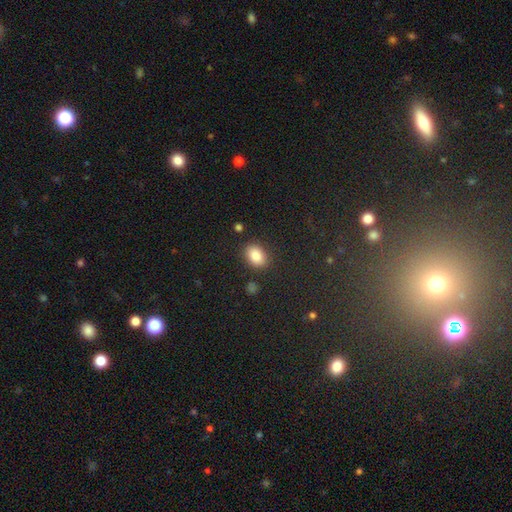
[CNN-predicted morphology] Q: Smooth or featured?
A: smooth (86%); runner-up: star or artifact (8%)
Q: How rounded?
A: in between (78%); runner-up: round (21%)
Q: Merging?
A: none (84%); runner-up: minor disturbance (11%)